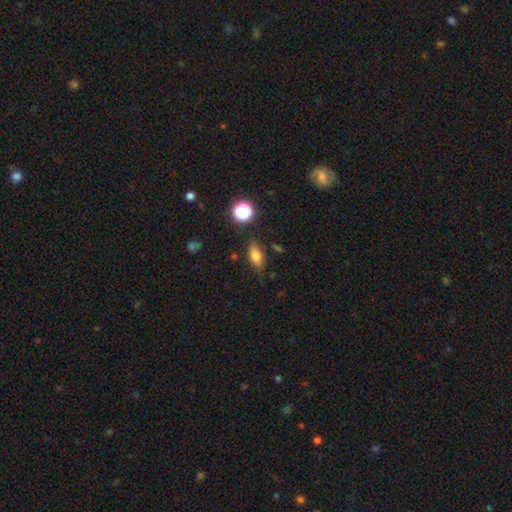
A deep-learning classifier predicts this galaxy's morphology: Overall: smooth (76%). How rounded: in between (78%). Merging: none (79%).